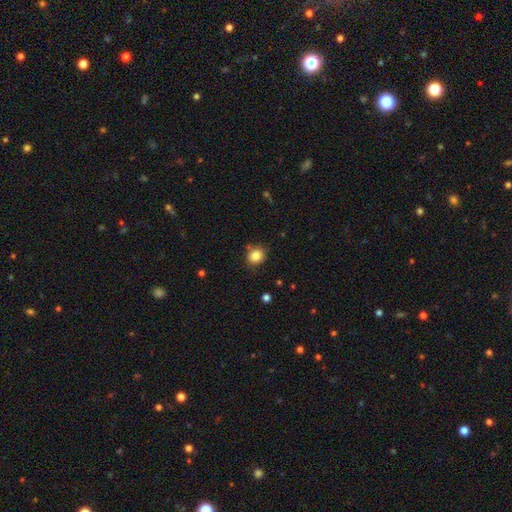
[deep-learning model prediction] Smooth or featured? Predicted: smooth (p=0.84). How rounded? Predicted: round (p=0.76). Merging? Predicted: none (p=0.81).